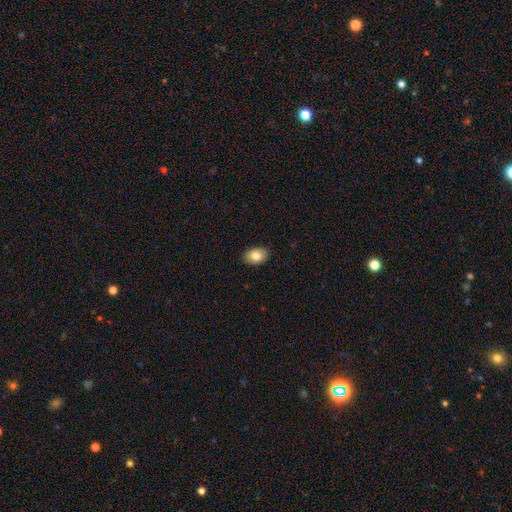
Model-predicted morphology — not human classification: A smooth galaxy with no disk features (84%) that is in between round and cigar-shaped (86%). Merging: none (89%).